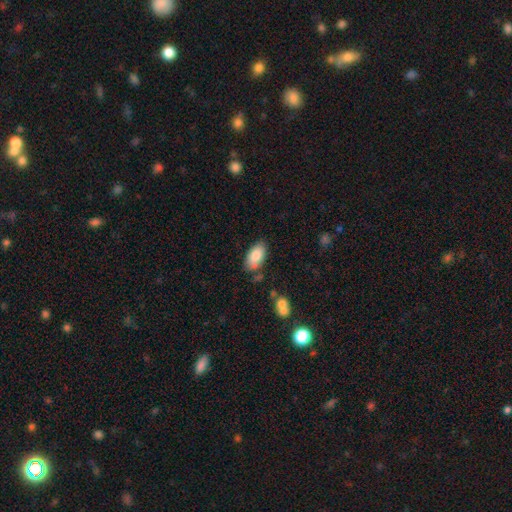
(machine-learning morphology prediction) smooth_or_featured: smooth (p=0.83) [alt: featured or disk p=0.11]
how_rounded: in between (p=0.94) [alt: round p=0.03]
merging: none (p=0.73) [alt: minor disturbance p=0.18]